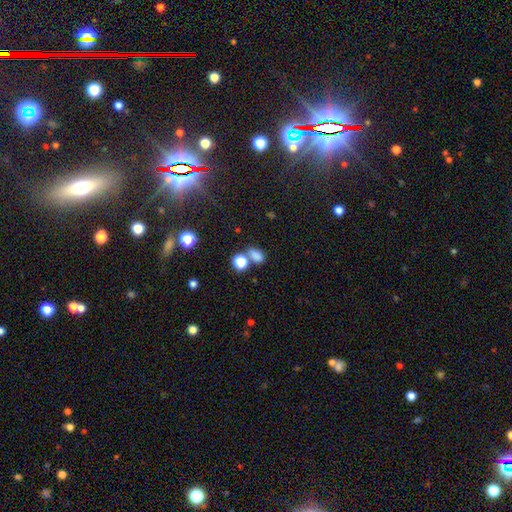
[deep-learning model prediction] Smooth or featured? smooth (77%)
How rounded? in between (73%)
Merging? none (50%)